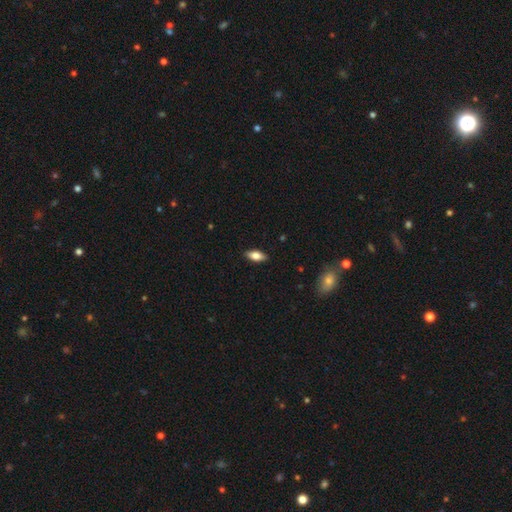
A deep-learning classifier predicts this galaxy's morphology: Smooth or featured?
  - smooth: 70% *
  - featured or disk: 23%
  - star or artifact: 7%
How rounded?
  - in between: 80% *
  - cigar-shaped: 17%
  - round: 3%
Merging?
  - none: 89% *
  - minor disturbance: 9%
  - major disturbance: 2%
  - merger: 1%